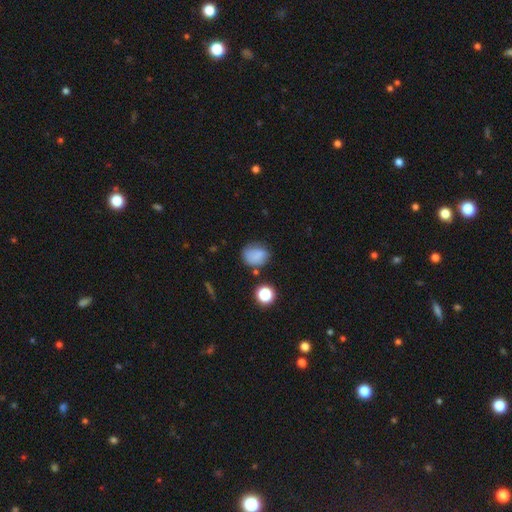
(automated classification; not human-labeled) Smooth or featured? Predicted: smooth (p=0.77). How rounded? Predicted: round (p=0.59). Merging? Predicted: none (p=0.63).